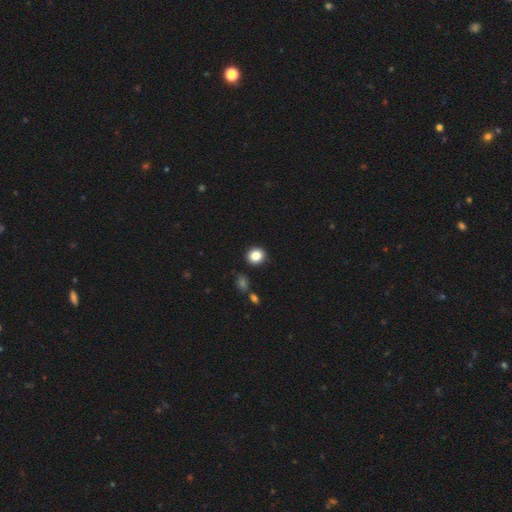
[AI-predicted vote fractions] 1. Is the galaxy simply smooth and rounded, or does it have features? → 85% smooth, 10% star or artifact, 5% featured or disk.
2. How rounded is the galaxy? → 85% round, 14% in between, 1% cigar-shaped.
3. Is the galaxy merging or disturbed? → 90% none, 5% minor disturbance, 2% merger, 2% major disturbance.